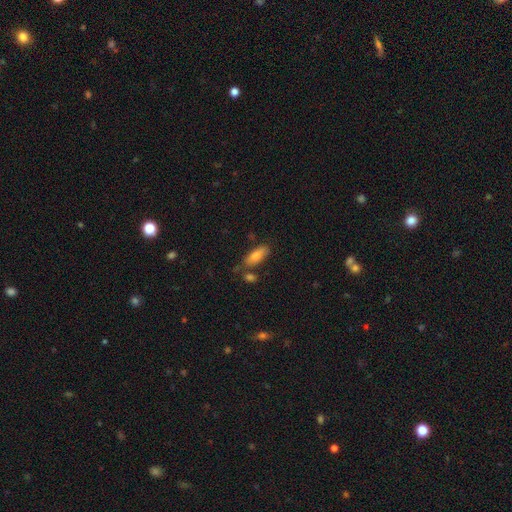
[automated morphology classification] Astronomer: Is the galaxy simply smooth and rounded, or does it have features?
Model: smooth — 77%.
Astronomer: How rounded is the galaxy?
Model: in between — 74%.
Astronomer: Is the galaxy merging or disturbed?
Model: none — 69%.